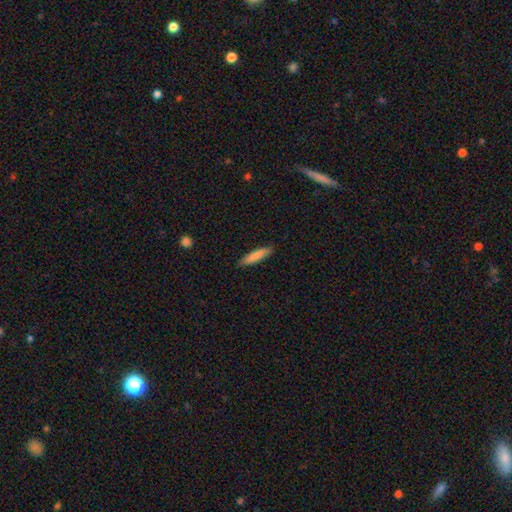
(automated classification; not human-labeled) Smooth or featured?
  - smooth: 83% *
  - featured or disk: 12%
  - star or artifact: 6%
How rounded?
  - cigar-shaped: 83% *
  - in between: 16%
  - round: 1%
Merging?
  - none: 88% *
  - minor disturbance: 9%
  - major disturbance: 2%
  - merger: 1%